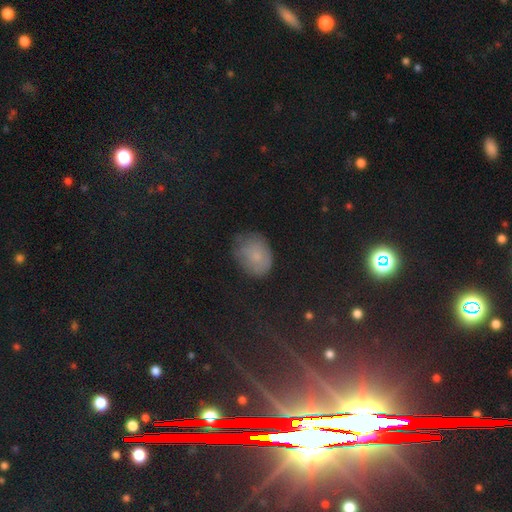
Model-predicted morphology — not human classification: This appears to be a smooth galaxy with no disk features (69%) that is in between round and cigar-shaped (64%). Merging: none (63%).